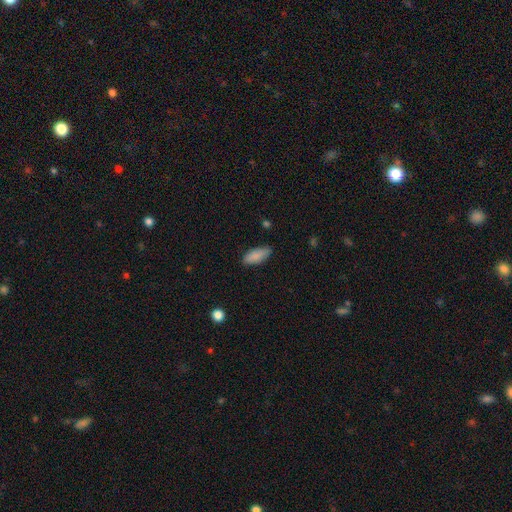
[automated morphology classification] smooth-or-featured: smooth: 87% | featured or disk: 7% | star or artifact: 6%
  how-rounded: in between: 79% | cigar-shaped: 19% | round: 2%
  merging: none: 82% | minor disturbance: 15% | major disturbance: 2% | merger: 1%